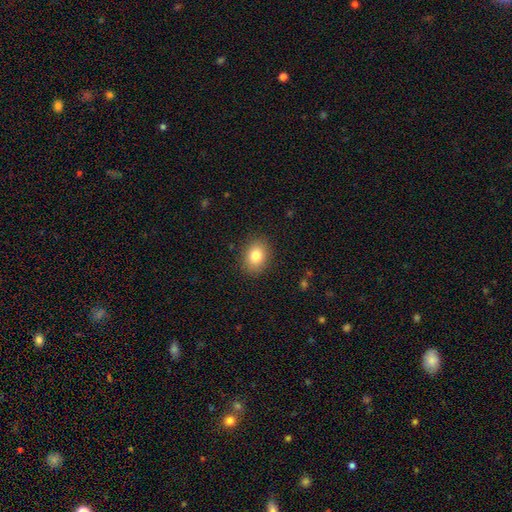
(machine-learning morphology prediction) A smooth galaxy with no disk features (82%) that is in between round and cigar-shaped (64%).

Vote fractions:
- Smooth or featured? smooth: 82% / featured or disk: 9% / star or artifact: 9%
- How rounded? in between: 64% / round: 35% / cigar-shaped: 1%
- Merging? none: 88% / minor disturbance: 9% / major disturbance: 3% / merger: 1%